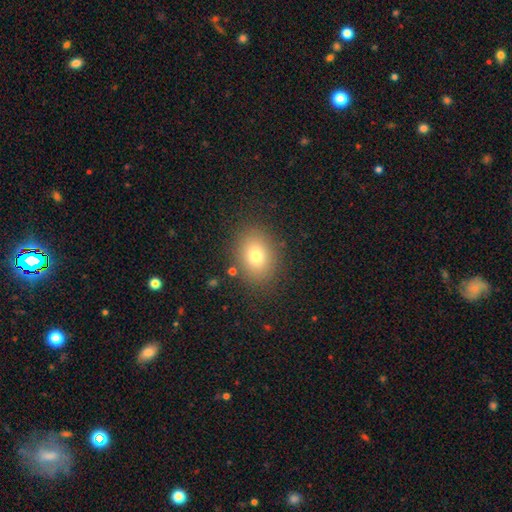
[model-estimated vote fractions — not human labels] smooth-or-featured: smooth: 76% | star or artifact: 13% | featured or disk: 11%
  how-rounded: in between: 55% | round: 44% | cigar-shaped: 1%
  merging: none: 86% | minor disturbance: 9% | major disturbance: 3% | merger: 2%